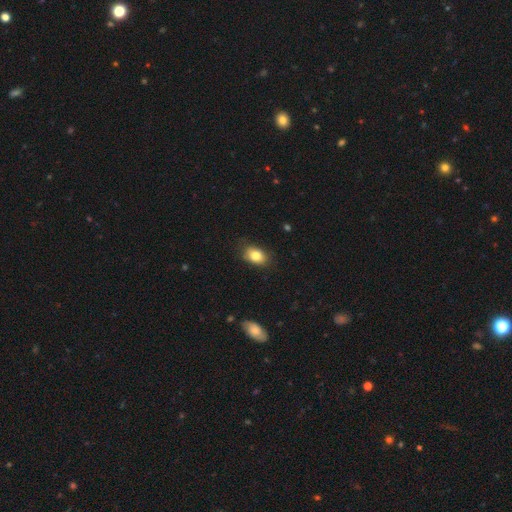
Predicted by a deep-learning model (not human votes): Q: Smooth or featured?
A: smooth (83%); runner-up: featured or disk (9%)
Q: How rounded?
A: in between (82%); runner-up: round (17%)
Q: Merging?
A: none (80%); runner-up: minor disturbance (15%)